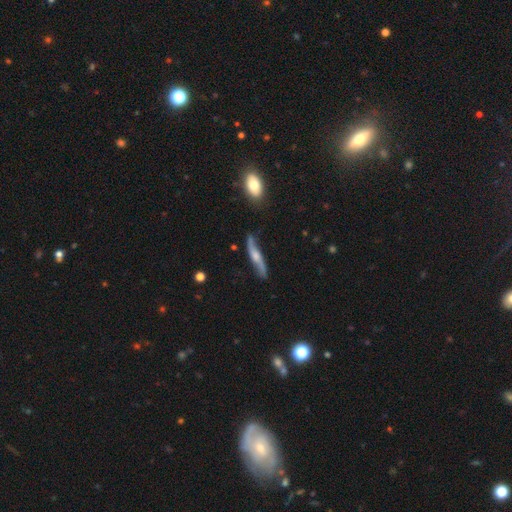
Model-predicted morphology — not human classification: A featured or disk galaxy (71%) viewed edge-on (50%, tied with no).

Vote fractions:
- Smooth or featured? featured or disk: 71% / smooth: 24% / star or artifact: 6%
- Edge-on disk? yes: 50% (tied) / no: 50% (tied)
- Merging? none: 74% / minor disturbance: 19% / major disturbance: 5% / merger: 3%